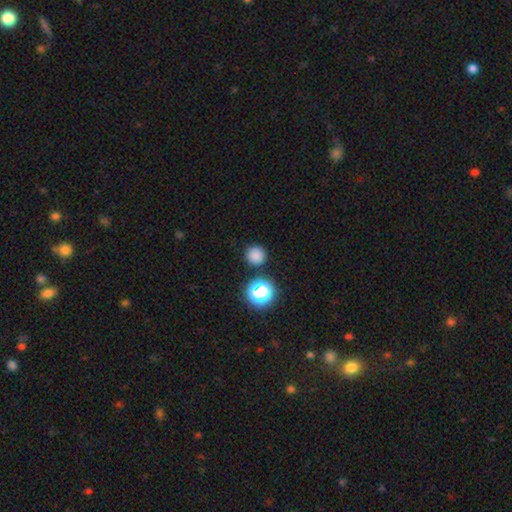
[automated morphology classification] smooth 79%, star or artifact 16%, featured or disk 5%. Down the decision tree: how rounded — round (95%); merging — none (87%).